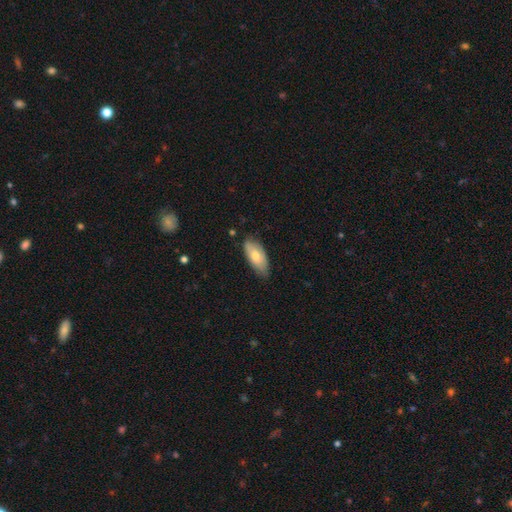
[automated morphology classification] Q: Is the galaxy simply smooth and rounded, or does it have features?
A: smooth — 72%.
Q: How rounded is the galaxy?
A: in between — 88%.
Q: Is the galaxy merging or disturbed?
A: none — 72%.